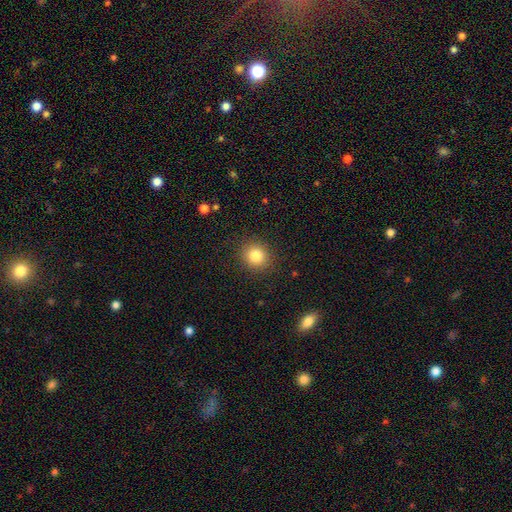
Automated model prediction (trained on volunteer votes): smooth 82%, star or artifact 11%, featured or disk 7%. Down the decision tree: how rounded — round (88%); merging — none (90%).